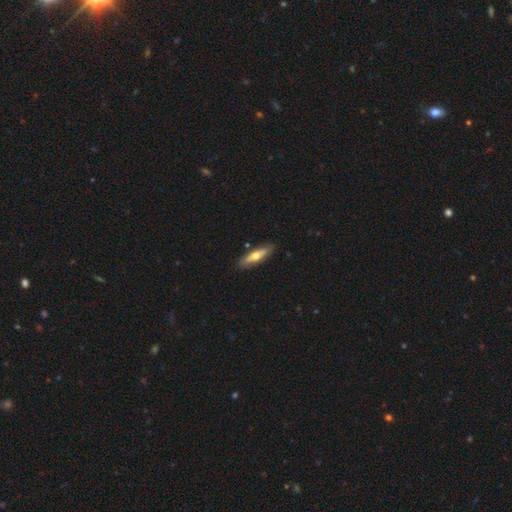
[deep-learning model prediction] Overall: smooth (54%; featured or disk 41%). How rounded: cigar-shaped (63%; in between 35%). Merging: none (86%).